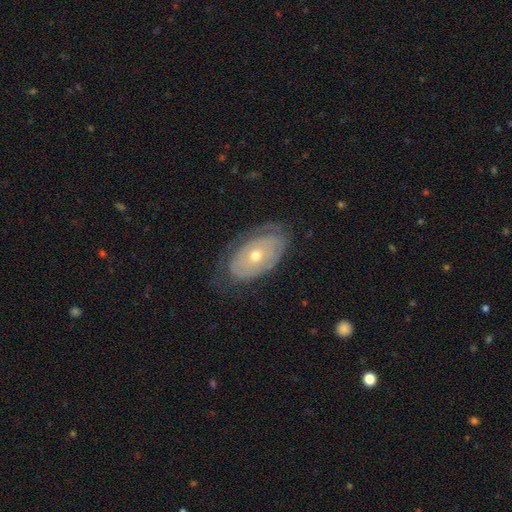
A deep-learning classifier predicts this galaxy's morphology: type=featured or disk (65%); edge-on=no (92%); bar=no (88%); spiral arms=yes (54%); bulge=moderate (54%); merging=none (66%).